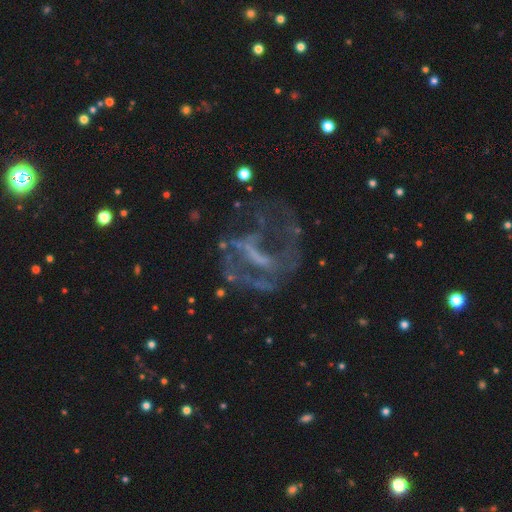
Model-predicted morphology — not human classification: Q: Smooth or featured?
A: featured or disk (73%); runner-up: star or artifact (16%)
Q: Edge-on disk?
A: no (96%); runner-up: yes (4%)
Q: Bar?
A: strong (39%); runner-up: weak (32%)
Q: Spiral arms?
A: yes (56%); runner-up: no (44%)
Q: Bulge size?
A: none (61%); runner-up: small (22%)
Q: Merging?
A: none (44%); runner-up: major disturbance (37%)